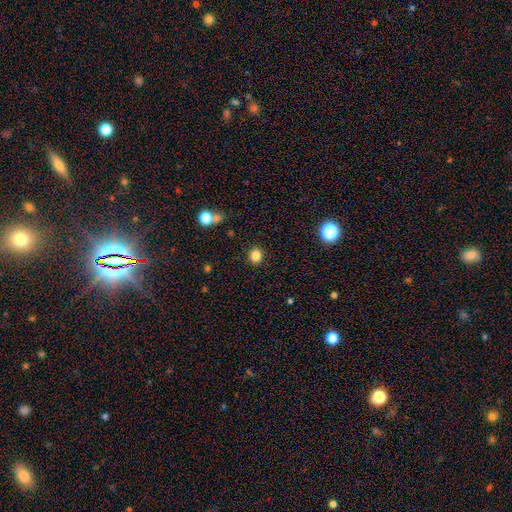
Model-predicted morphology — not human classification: Q: Smooth or featured?
A: smooth (83%); runner-up: star or artifact (12%)
Q: How rounded?
A: round (87%); runner-up: in between (12%)
Q: Merging?
A: none (90%); runner-up: minor disturbance (6%)